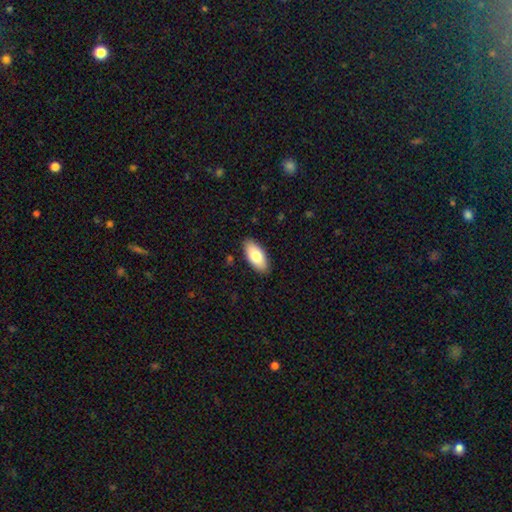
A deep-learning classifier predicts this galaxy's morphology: Q: Smooth or featured?
A: smooth (79%); runner-up: featured or disk (15%)
Q: How rounded?
A: in between (90%); runner-up: cigar-shaped (8%)
Q: Merging?
A: none (88%); runner-up: minor disturbance (9%)